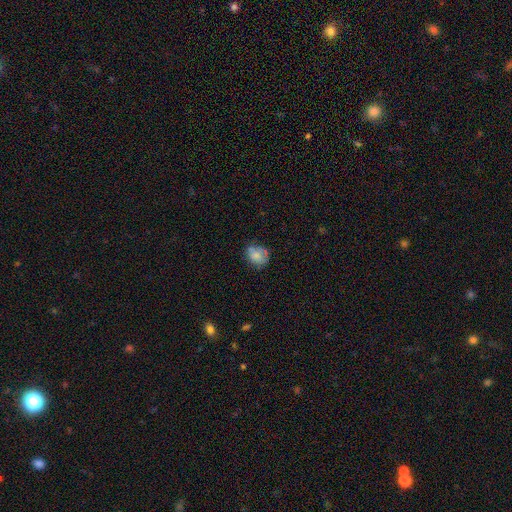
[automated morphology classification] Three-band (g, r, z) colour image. It shows a smooth galaxy with no disk features (71%) that is round (54%). Merging: none (59%).